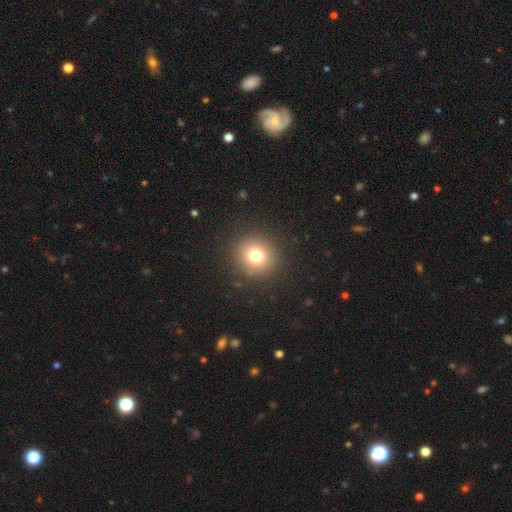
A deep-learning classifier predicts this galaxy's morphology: A smooth galaxy with no disk features (77%) that is round (91%). Merging: none (90%).